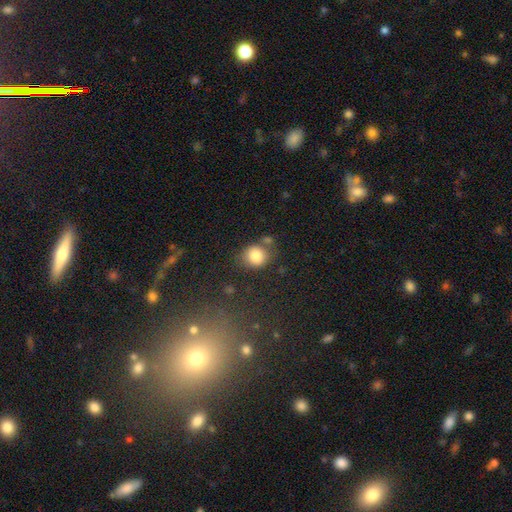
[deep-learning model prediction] smooth_or_featured: smooth (p=0.84) [alt: star or artifact p=0.09]
how_rounded: round (p=0.74) [alt: in between p=0.25]
merging: none (p=0.65) [alt: minor disturbance p=0.17]